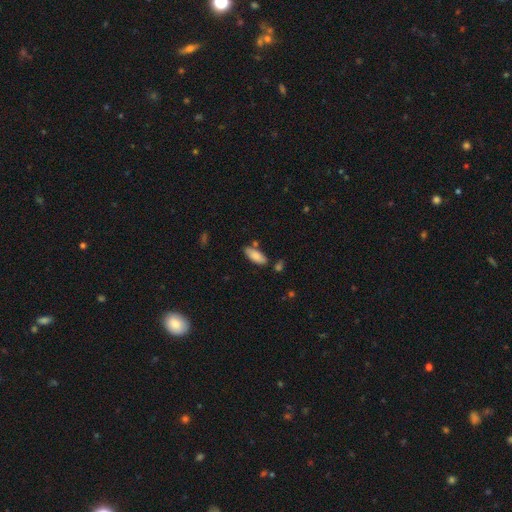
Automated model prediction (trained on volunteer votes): A smooth galaxy with no disk features (82%) that is in between round and cigar-shaped (81%).

Vote fractions:
- Smooth or featured? smooth: 82% / featured or disk: 11% / star or artifact: 6%
- How rounded? in between: 81% / cigar-shaped: 17% / round: 2%
- Merging? none: 71% / minor disturbance: 17% / merger: 8% / major disturbance: 4%